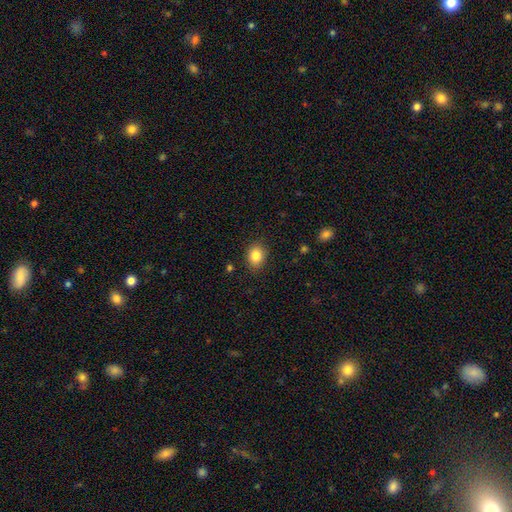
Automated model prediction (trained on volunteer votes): A smooth galaxy with no disk features (85%) that is in between round and cigar-shaped (50%).

Vote fractions:
- Smooth or featured? smooth: 85% / star or artifact: 10% / featured or disk: 6%
- How rounded? in between: 50% / round: 49% / cigar-shaped: 1%
- Merging? none: 87% / minor disturbance: 9% / major disturbance: 2% / merger: 1%